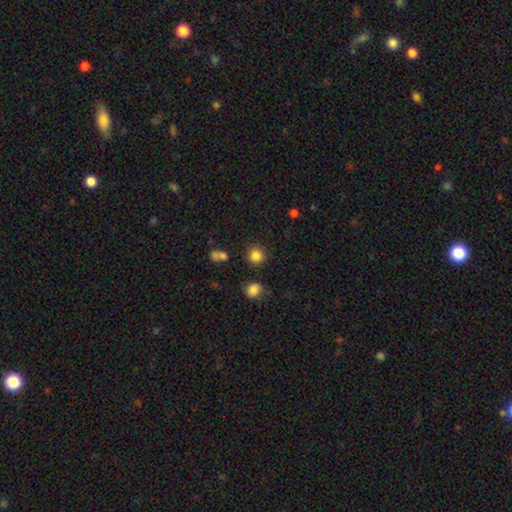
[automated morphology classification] smooth_or_featured: smooth (p=0.84) [alt: star or artifact p=0.12]
how_rounded: round (p=0.91) [alt: in between p=0.08]
merging: none (p=0.85) [alt: minor disturbance p=0.08]